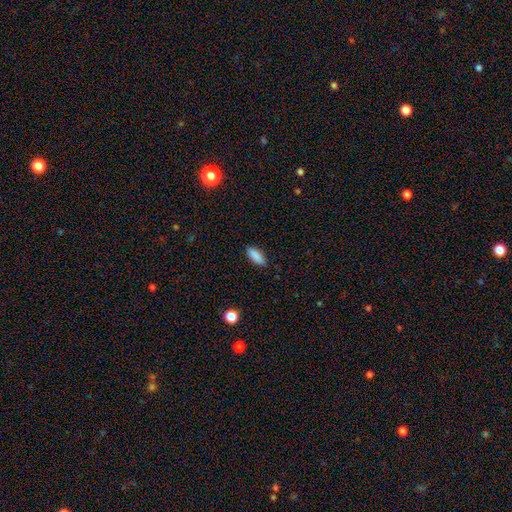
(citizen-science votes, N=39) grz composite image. It shows a smooth galaxy with no disk features (92%) that is in between round and cigar-shaped (61%). Merging: none (86%).